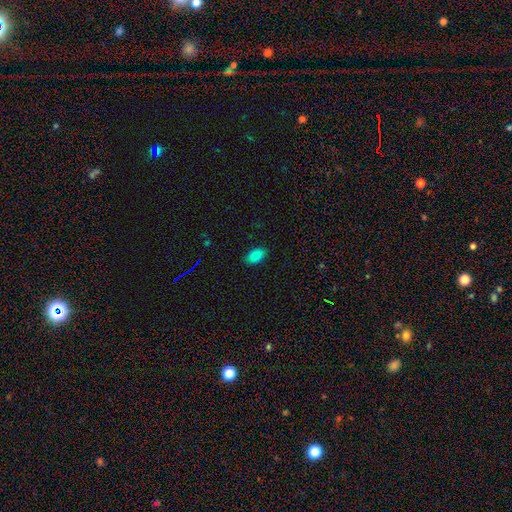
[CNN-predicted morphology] Overall: smooth (84%). How rounded: in between (93%). Merging: none (87%).